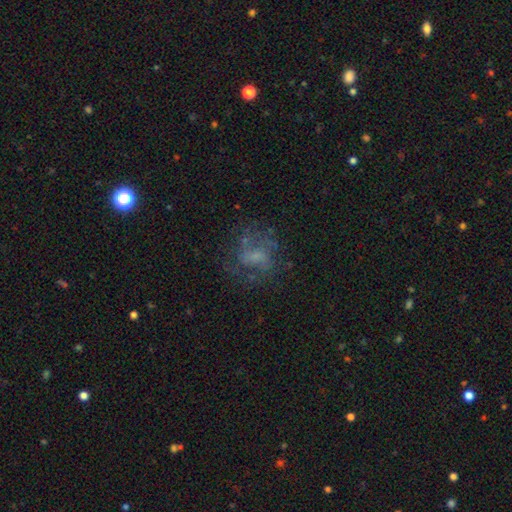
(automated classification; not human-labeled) Smooth or featured? featured or disk (53%)
Edge-on disk? no (97%)
Bar? no (59%)
Spiral arms? yes (61%)
Bulge size? small (38%)
Merging? none (57%)